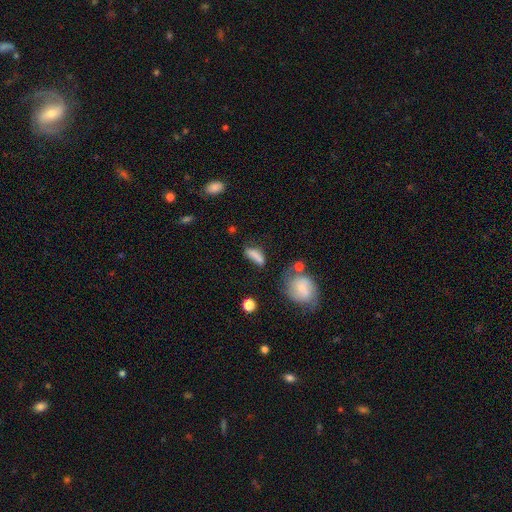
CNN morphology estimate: smooth-or-featured: smooth: 75% | featured or disk: 15% | star or artifact: 10%
  how-rounded: in between: 56% | cigar-shaped: 38% | round: 6%
  merging: none: 46% | minor disturbance: 23% | merger: 16% | major disturbance: 14%